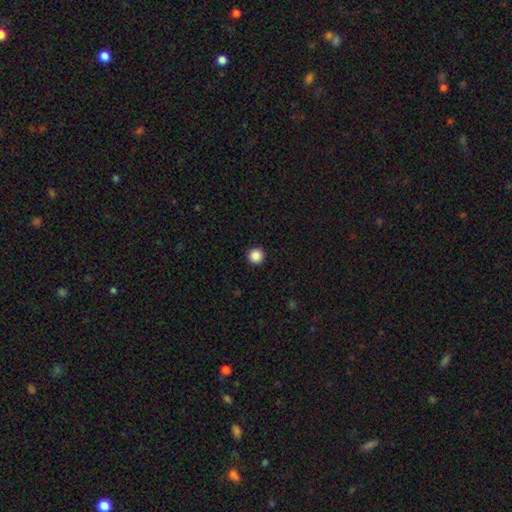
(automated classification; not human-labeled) smooth-or-featured: smooth: 88% | star or artifact: 10% | featured or disk: 3%
  how-rounded: round: 96% | in between: 3% | cigar-shaped: 1%
  merging: none: 94% | minor disturbance: 4% | major disturbance: 1% | merger: 1%